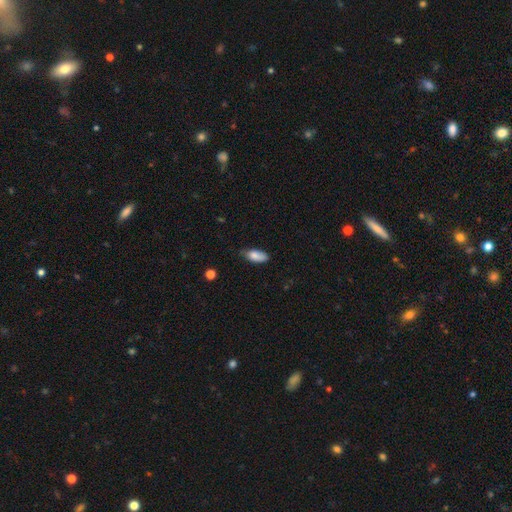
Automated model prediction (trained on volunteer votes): smooth-or-featured: smooth: 85% | featured or disk: 8% | star or artifact: 7%
  how-rounded: in between: 87% | cigar-shaped: 11% | round: 2%
  merging: none: 60% | minor disturbance: 33% | major disturbance: 5% | merger: 2%